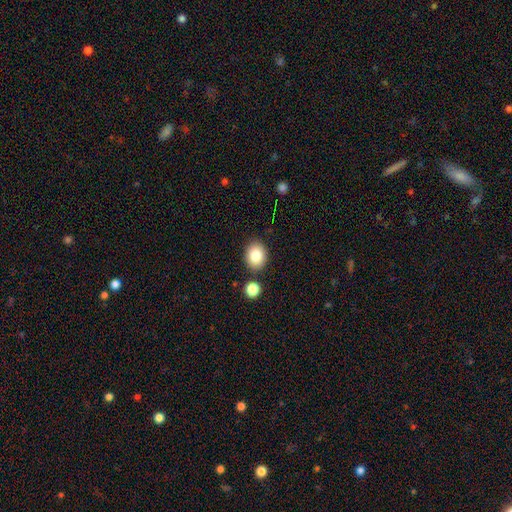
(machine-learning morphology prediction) The model was most divided on "how rounded": round: 54%, in between: 46%, cigar-shaped: 1%. More confident: merging — none (84%); smooth or featured — smooth (84%).